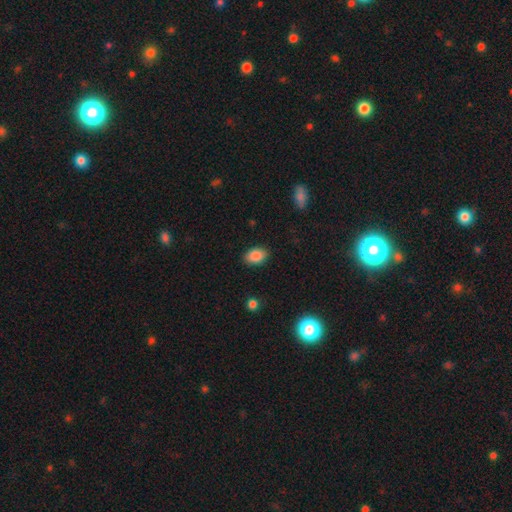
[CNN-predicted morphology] Q: Smooth or featured?
A: smooth (88%); runner-up: star or artifact (8%)
Q: How rounded?
A: in between (86%); runner-up: round (13%)
Q: Merging?
A: none (87%); runner-up: minor disturbance (10%)